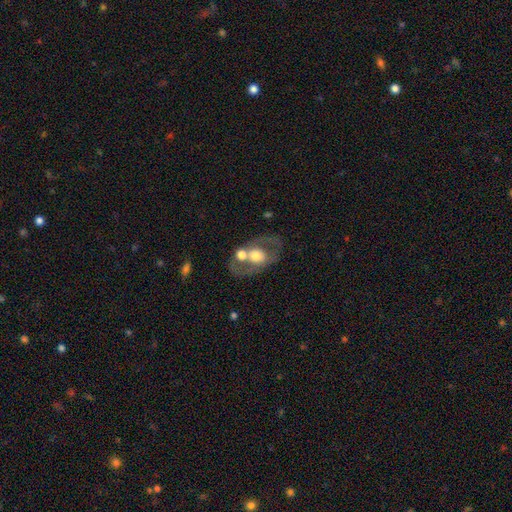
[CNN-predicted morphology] smooth-or-featured: featured or disk: 54% | smooth: 38% | star or artifact: 8%
  disk-edge-on: no: 92% | yes: 8%
  merging: none: 47% | merger: 31% | minor disturbance: 13% | major disturbance: 9%